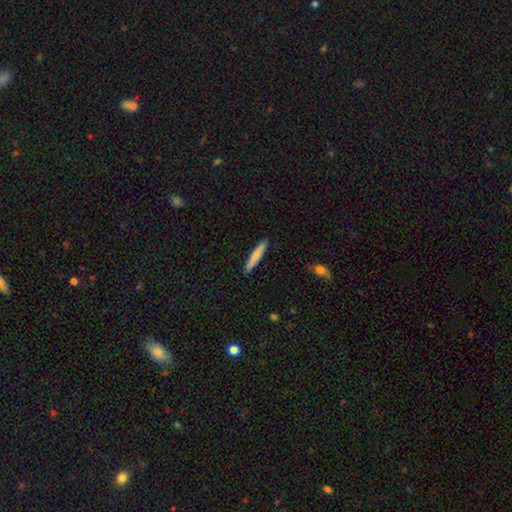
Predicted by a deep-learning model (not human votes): This appears to be a smooth galaxy with no disk features (73%) that is cigar-shaped (93%). Merging: none (90%).